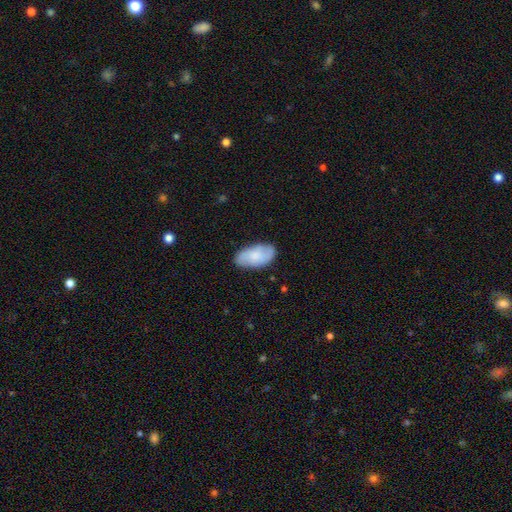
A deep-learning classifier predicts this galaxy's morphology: A smooth galaxy with no disk features (68%) that is in between round and cigar-shaped (95%). Merging: none (80%).